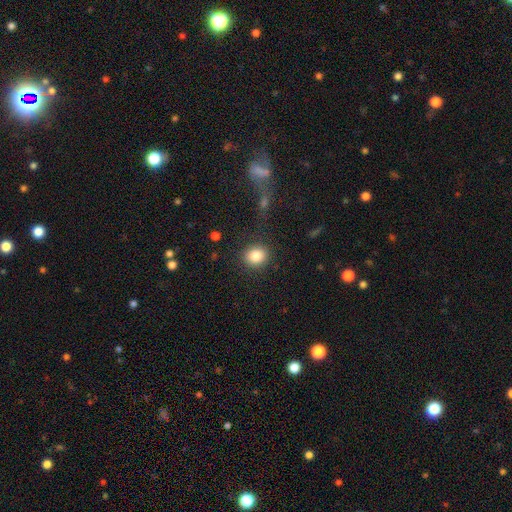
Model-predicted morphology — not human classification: Smooth or featured?
  - smooth: 83% *
  - star or artifact: 10%
  - featured or disk: 7%
How rounded?
  - round: 78% *
  - in between: 21%
  - cigar-shaped: 1%
Merging?
  - none: 87% *
  - minor disturbance: 8%
  - major disturbance: 3%
  - merger: 2%